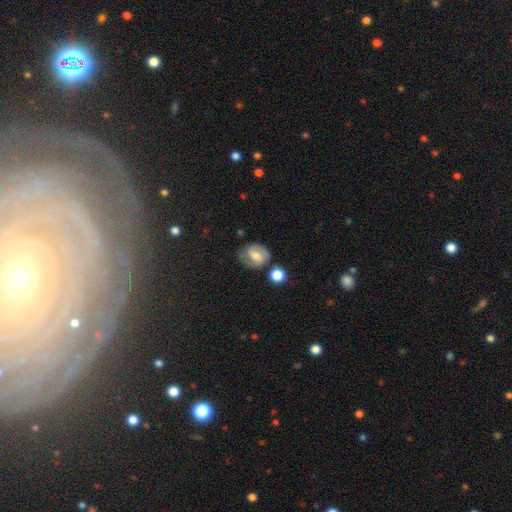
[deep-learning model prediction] Smooth or featured?
  - featured or disk: 49% *
  - smooth: 42%
  - star or artifact: 9%
Merging?
  - none: 64% *
  - minor disturbance: 21%
  - major disturbance: 8%
  - merger: 7%